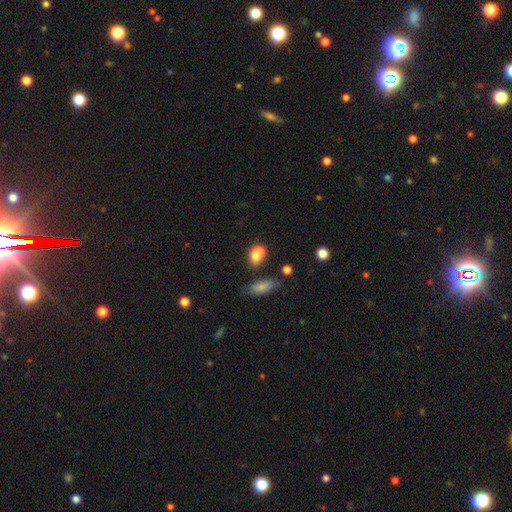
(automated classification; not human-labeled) This appears to be a smooth galaxy with no disk features (71%) that is in between round and cigar-shaped (51%). Merging: merger (52%).